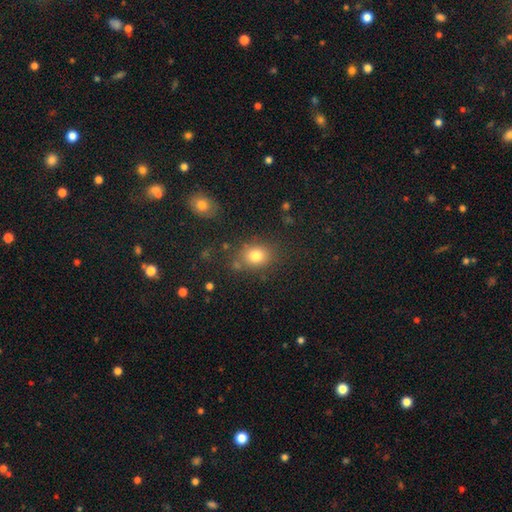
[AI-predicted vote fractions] A smooth galaxy with no disk features (79%) that is round (53%).

Vote fractions:
- Smooth or featured? smooth: 79% / star or artifact: 12% / featured or disk: 8%
- How rounded? round: 53% / in between: 46% / cigar-shaped: 1%
- Merging? none: 75% / minor disturbance: 14% / merger: 6% / major disturbance: 5%